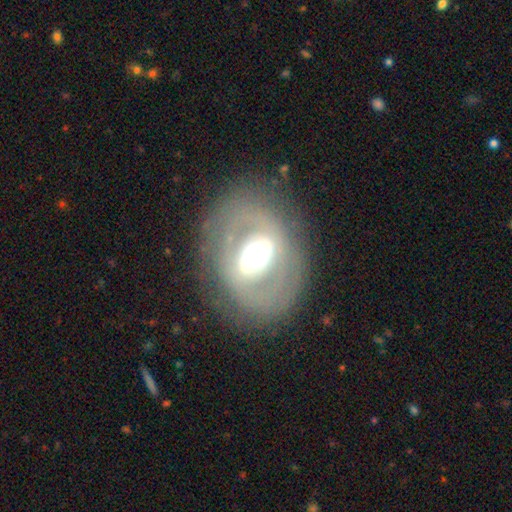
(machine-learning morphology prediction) A featured or disk galaxy (67%) with a strong bar (51%), no spiral arms (69%) and a moderate central bulge (43%).

Vote fractions:
- Smooth or featured? featured or disk: 67% / smooth: 23% / star or artifact: 9%
- Edge-on disk? no: 90% / yes: 10%
- Bar? strong: 51% / weak: 27% / no: 22%
- Spiral arms? no: 69% / yes: 31%
- Bulge size? moderate: 43% / large: 37% / dominant: 13% / small: 6% / none: 1%
- Merging? none: 75% / minor disturbance: 13% / major disturbance: 11% / merger: 2%